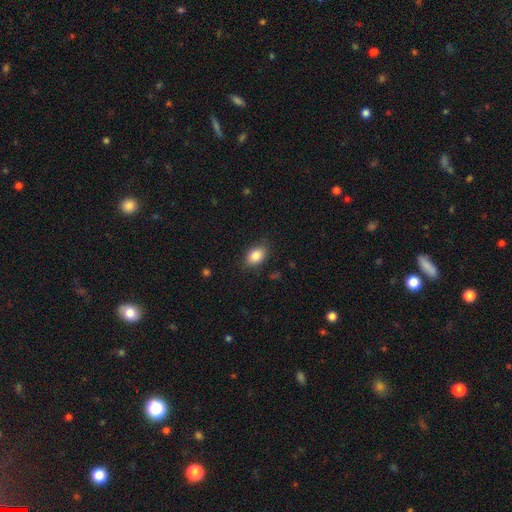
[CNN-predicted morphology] Smooth or featured?
  - smooth: 84% *
  - star or artifact: 8%
  - featured or disk: 8%
How rounded?
  - in between: 83% *
  - round: 15%
  - cigar-shaped: 2%
Merging?
  - none: 83% *
  - minor disturbance: 13%
  - major disturbance: 3%
  - merger: 1%